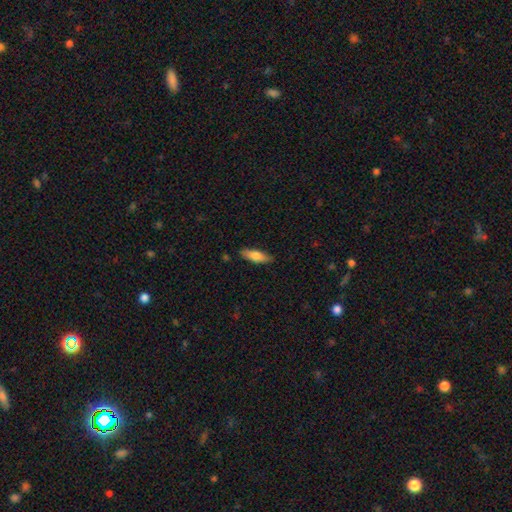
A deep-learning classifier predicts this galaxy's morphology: smooth_or_featured: smooth (p=0.76) [alt: featured or disk p=0.18]
how_rounded: in between (p=0.54) [alt: cigar-shaped p=0.44]
merging: none (p=0.84) [alt: minor disturbance p=0.12]